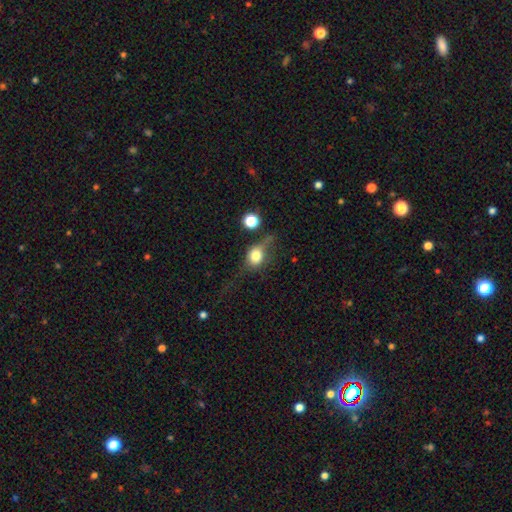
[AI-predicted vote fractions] A smooth galaxy with no disk features (65%) that is round (59%).

Vote fractions:
- Smooth or featured? smooth: 65% / featured or disk: 23% / star or artifact: 12%
- How rounded? round: 59% / in between: 38% / cigar-shaped: 3%
- Merging? none: 35% / major disturbance: 30% / minor disturbance: 25% / merger: 9%